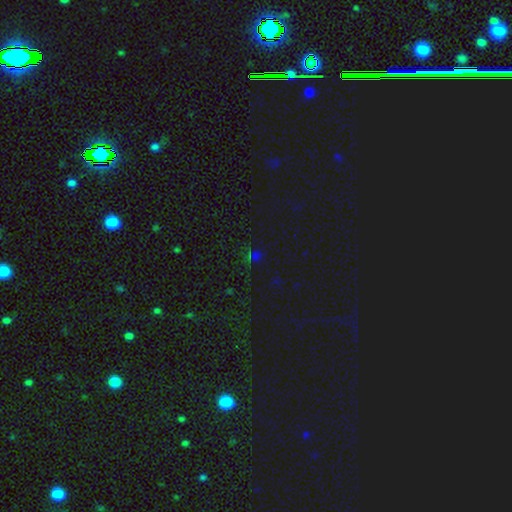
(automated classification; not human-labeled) Q: Smooth or featured?
A: star or artifact (66%); runner-up: smooth (26%)